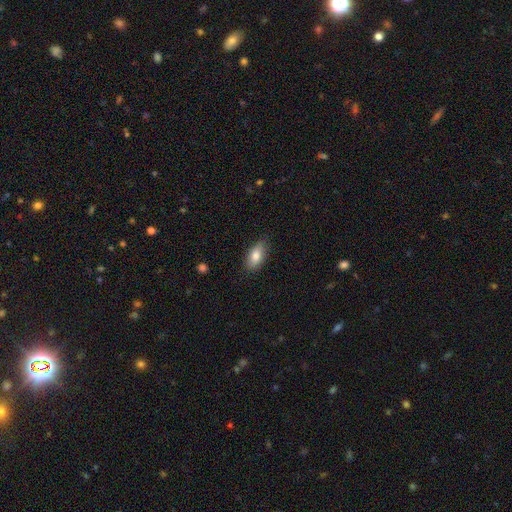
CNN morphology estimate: smooth_or_featured: smooth (p=0.81) [alt: featured or disk p=0.11]
how_rounded: in between (p=0.87) [alt: cigar-shaped p=0.08]
merging: none (p=0.79) [alt: minor disturbance p=0.17]